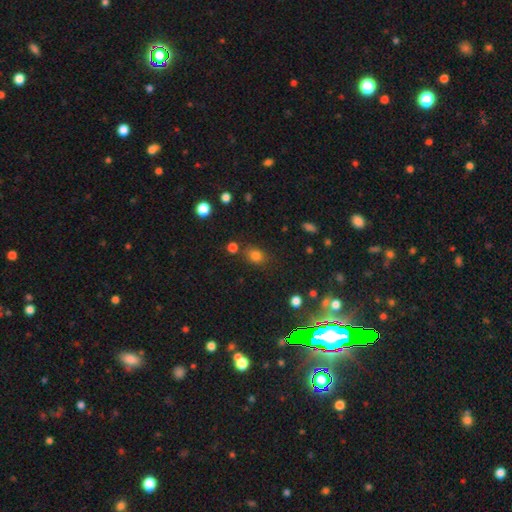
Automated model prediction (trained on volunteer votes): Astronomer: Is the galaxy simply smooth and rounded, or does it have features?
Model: smooth — 77%.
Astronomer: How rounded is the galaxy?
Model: in between — 49%, tied with round at 49%.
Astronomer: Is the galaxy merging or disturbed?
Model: none — 76%.